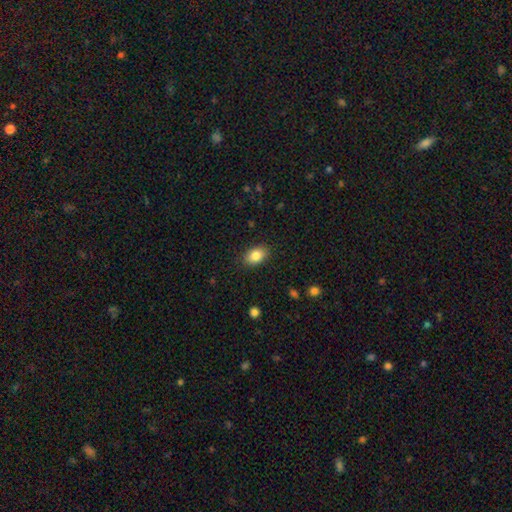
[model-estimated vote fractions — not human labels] smooth 85%, star or artifact 8%, featured or disk 7%. Down the decision tree: how rounded — in between (84%); merging — none (87%).